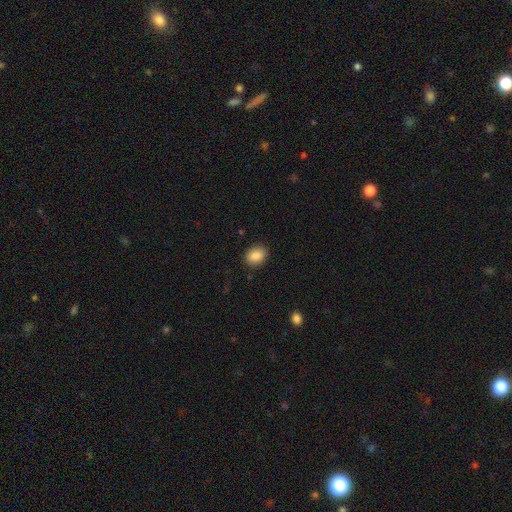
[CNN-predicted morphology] A smooth galaxy with no disk features (89%) that is in between round and cigar-shaped (64%). Merging: none (87%).